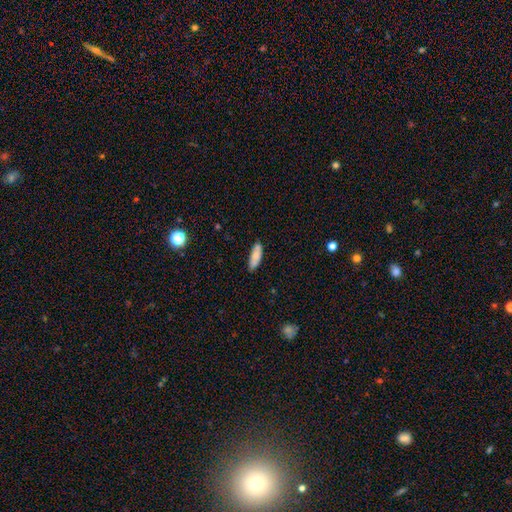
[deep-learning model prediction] Smooth or featured: smooth — 79% (featured or disk — 14%)
How rounded: in between — 55% (cigar-shaped — 43%)
Merging: none — 79% (minor disturbance — 16%)